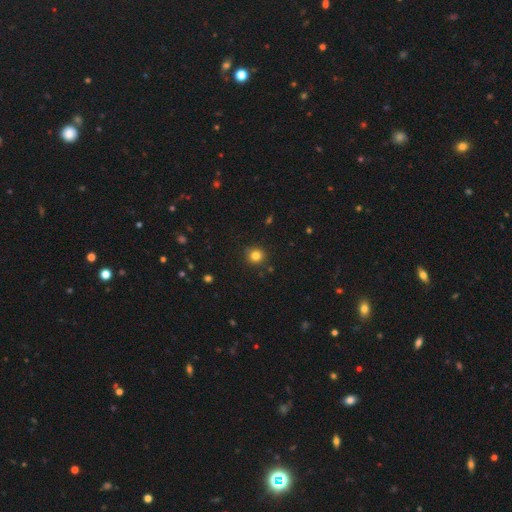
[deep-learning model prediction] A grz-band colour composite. It shows a smooth galaxy with no disk features (81%) that is round (92%). Merging: none (89%).